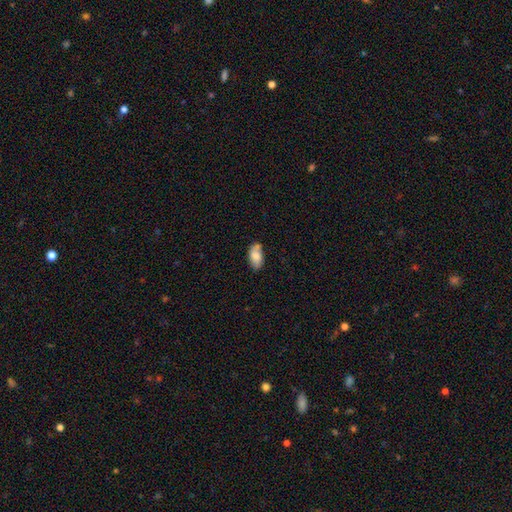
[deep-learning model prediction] This appears to be a smooth galaxy with no disk features (76%) that is in between round and cigar-shaped (93%). Merging: none (62%).